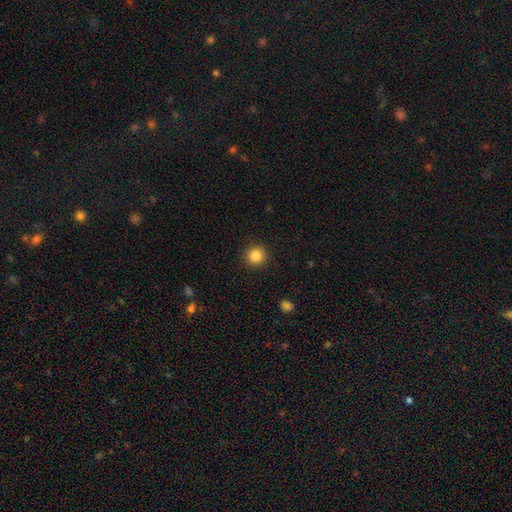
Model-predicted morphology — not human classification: The model was most divided on "smooth or featured": smooth: 86%, star or artifact: 10%, featured or disk: 4%. More confident: how rounded — round (93%); merging — none (91%).